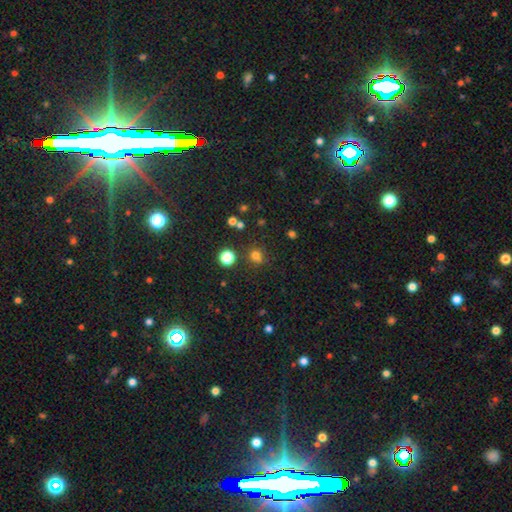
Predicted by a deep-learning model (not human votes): smooth 72%, star or artifact 22%, featured or disk 6%. Down the decision tree: how rounded — round (85%); merging — none (76%).